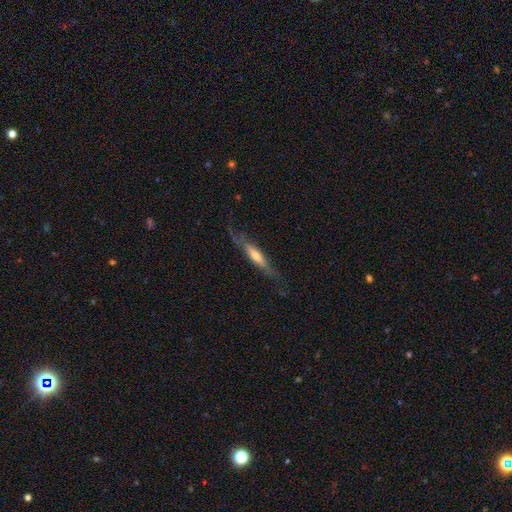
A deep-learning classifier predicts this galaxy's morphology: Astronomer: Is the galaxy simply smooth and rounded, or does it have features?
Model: featured or disk — 56% (runner-up: smooth, 38%).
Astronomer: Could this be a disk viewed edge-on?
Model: yes — 78%.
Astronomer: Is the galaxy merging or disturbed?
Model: none — 65%.